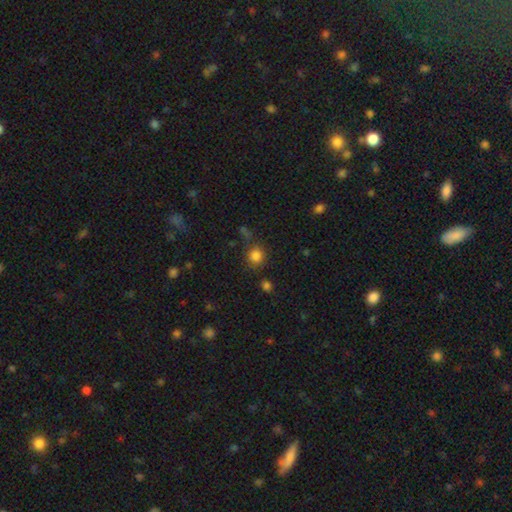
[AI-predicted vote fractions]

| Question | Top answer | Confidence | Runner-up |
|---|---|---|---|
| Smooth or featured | smooth | 82% | star or artifact (13%) |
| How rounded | round | 83% | in between (17%) |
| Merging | none | 75% | minor disturbance (14%) |